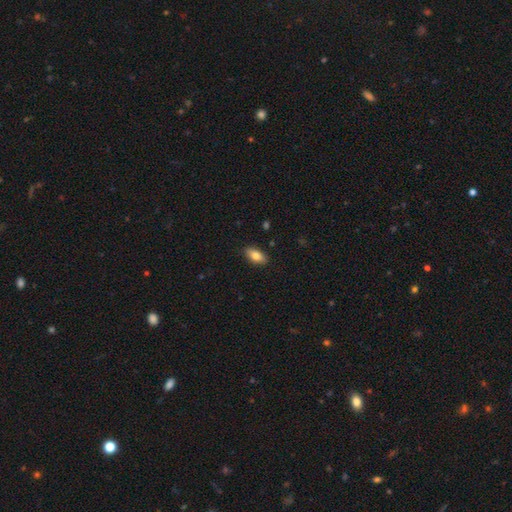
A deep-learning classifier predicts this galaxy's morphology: smooth 76%, featured or disk 17%, star or artifact 7%. Down the decision tree: how rounded — in between (86%); merging — none (88%).